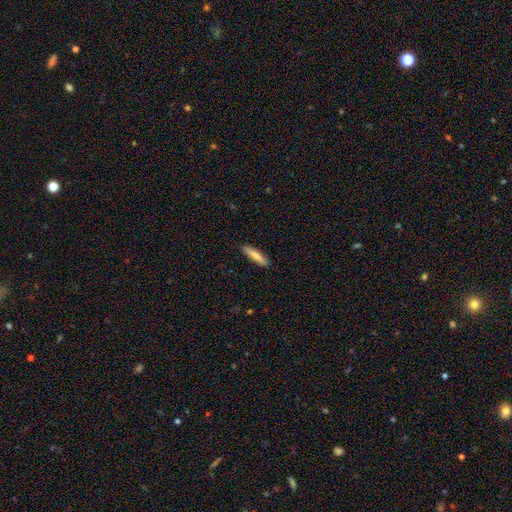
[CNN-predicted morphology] smooth_or_featured: smooth (p=0.73) [alt: featured or disk p=0.22]
how_rounded: cigar-shaped (p=0.83) [alt: in between p=0.15]
merging: none (p=0.90) [alt: minor disturbance p=0.07]